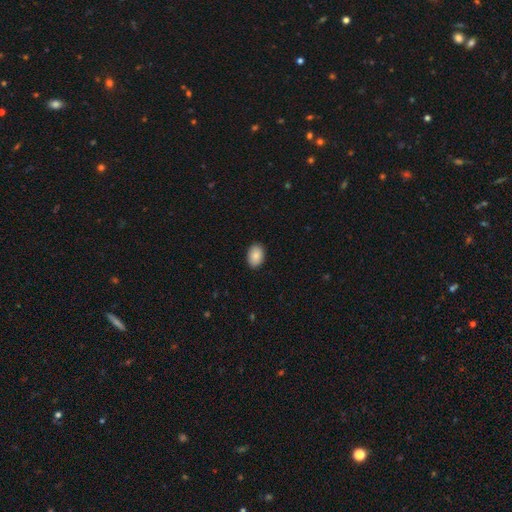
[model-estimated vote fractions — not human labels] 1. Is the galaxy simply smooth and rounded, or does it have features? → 89% smooth, 7% star or artifact, 4% featured or disk.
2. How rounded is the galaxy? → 87% in between, 12% round, 1% cigar-shaped.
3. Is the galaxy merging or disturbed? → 90% none, 8% minor disturbance, 2% major disturbance, 1% merger.